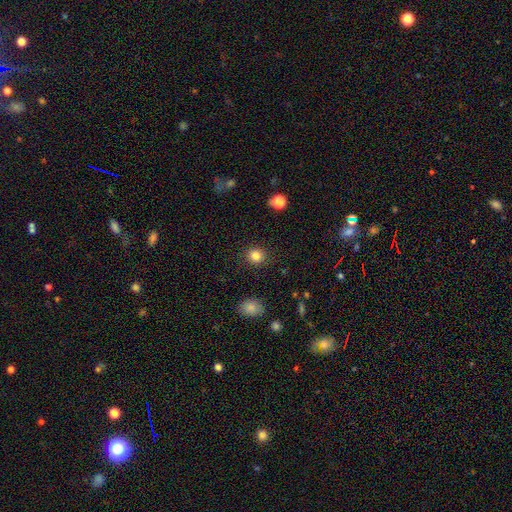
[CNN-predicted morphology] Overall: smooth (84%). How rounded: round (85%). Merging: none (89%).